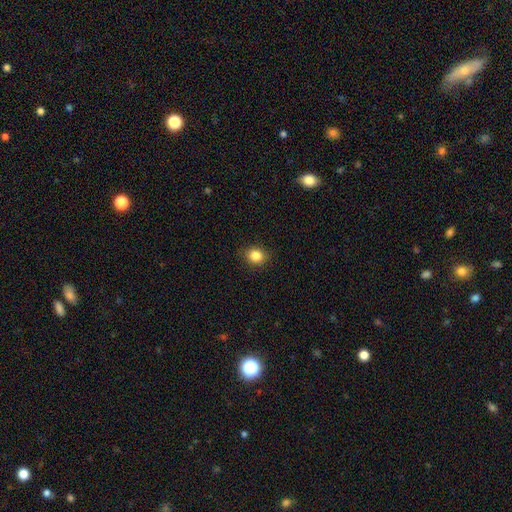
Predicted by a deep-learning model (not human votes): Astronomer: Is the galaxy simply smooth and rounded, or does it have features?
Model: smooth — 85%.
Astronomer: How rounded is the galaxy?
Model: round — 71%.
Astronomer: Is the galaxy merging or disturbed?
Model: none — 89%.